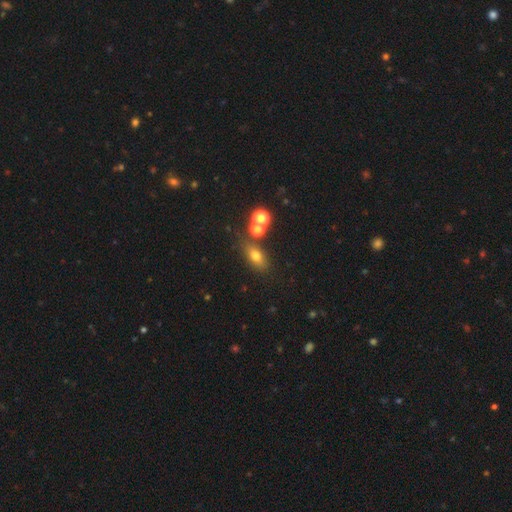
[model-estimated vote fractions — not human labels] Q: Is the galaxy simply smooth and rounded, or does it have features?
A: smooth — 70%.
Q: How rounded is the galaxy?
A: in between — 66%.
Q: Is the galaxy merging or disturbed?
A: none — 68%.